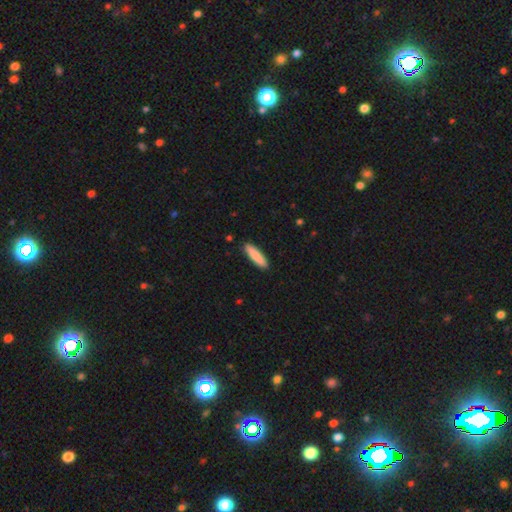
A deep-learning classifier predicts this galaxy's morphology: This is clearly a smooth galaxy (87%). How rounded: likely cigar-shaped (75%). Merging: clearly none (90%).